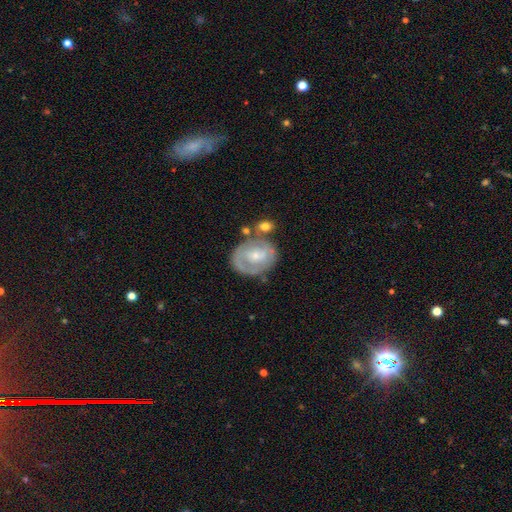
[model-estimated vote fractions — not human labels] featured or disk 69%, smooth 25%, star or artifact 6%. Down the decision tree: edge-on disk — no (97%); bar — no (57%); spiral arms — yes (72%); bulge size — small (63%); merging — none (54%).